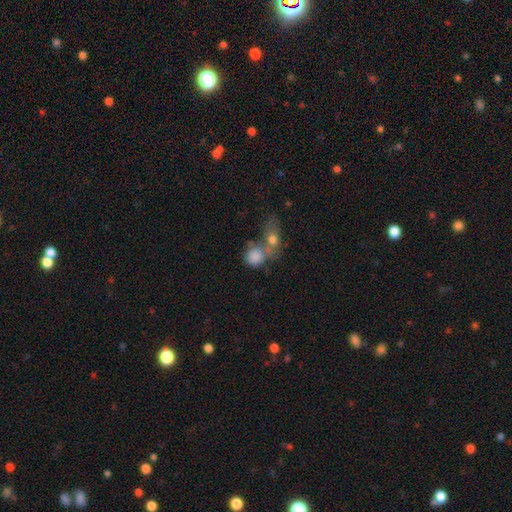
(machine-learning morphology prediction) smooth 81%, featured or disk 10%, star or artifact 9%. Down the decision tree: how rounded — round (75%); merging — merger (54%).